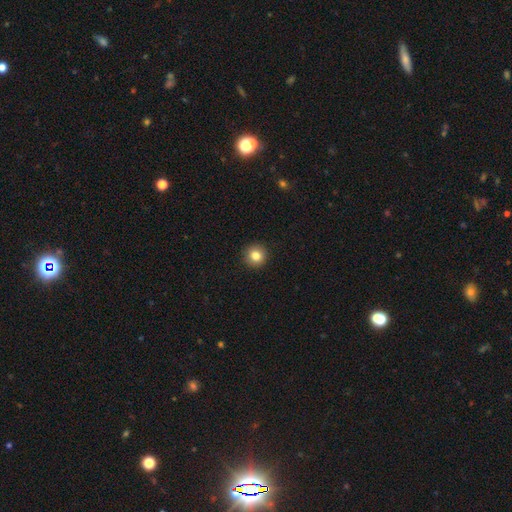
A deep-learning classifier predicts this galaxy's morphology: smooth-or-featured: smooth: 82% | star or artifact: 11% | featured or disk: 8%
  how-rounded: round: 95% | in between: 4% | cigar-shaped: 1%
  merging: none: 93% | minor disturbance: 4% | major disturbance: 2% | merger: 1%